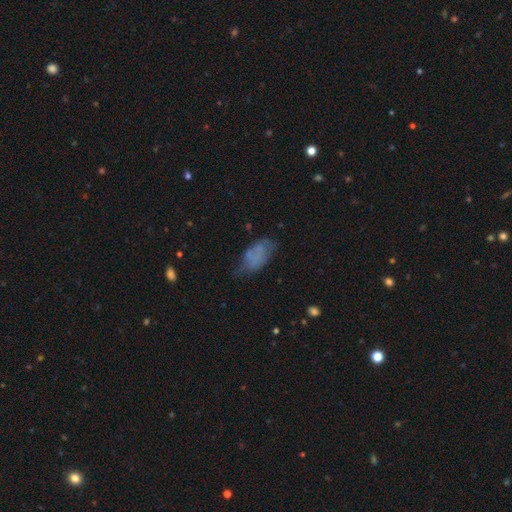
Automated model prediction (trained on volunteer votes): Smooth or featured: smooth — 60% (featured or disk — 28%)
How rounded: in between — 90% (cigar-shaped — 5%)
Merging: none — 46% (minor disturbance — 31%)